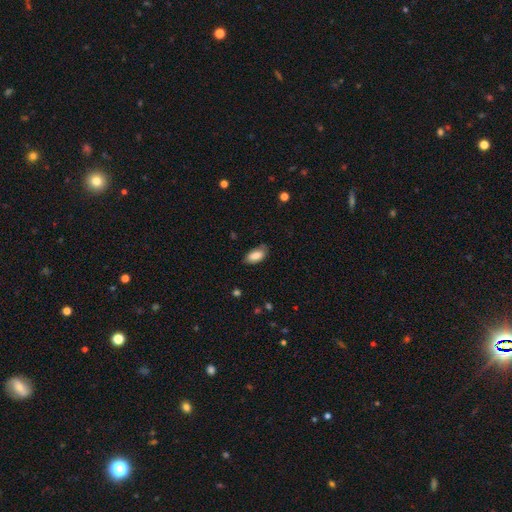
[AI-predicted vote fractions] A smooth galaxy with no disk features (83%) that is in between round and cigar-shaped (92%).

Vote fractions:
- Smooth or featured? smooth: 83% / featured or disk: 10% / star or artifact: 7%
- How rounded? in between: 92% / cigar-shaped: 5% / round: 3%
- Merging? none: 73% / minor disturbance: 21% / major disturbance: 5% / merger: 1%